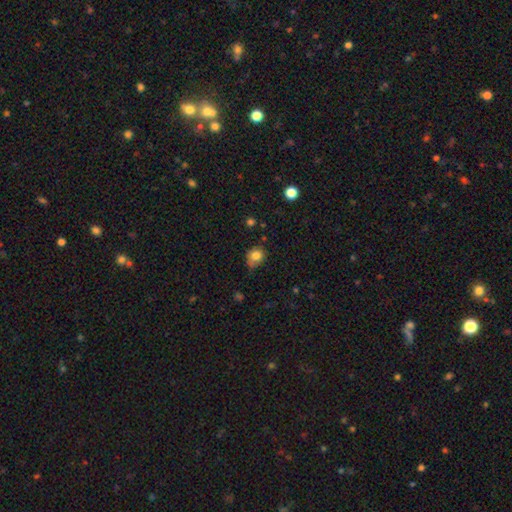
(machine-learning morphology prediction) Smooth or featured?
  - smooth: 81% *
  - star or artifact: 11%
  - featured or disk: 8%
How rounded?
  - round: 74% *
  - in between: 25%
  - cigar-shaped: 1%
Merging?
  - none: 56% *
  - minor disturbance: 31%
  - major disturbance: 8%
  - merger: 5%